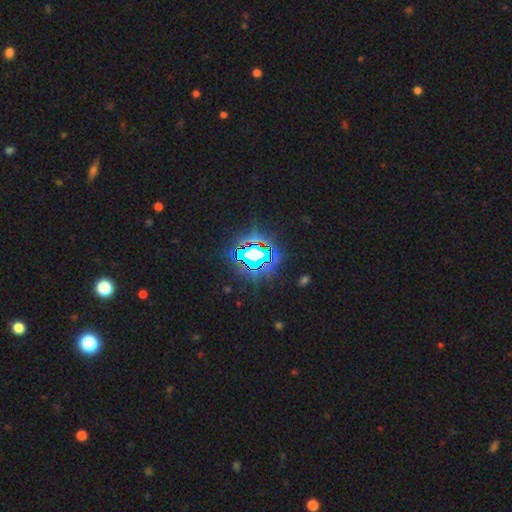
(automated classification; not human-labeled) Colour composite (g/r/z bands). It shows a star or artifact, not a galaxy (82%).